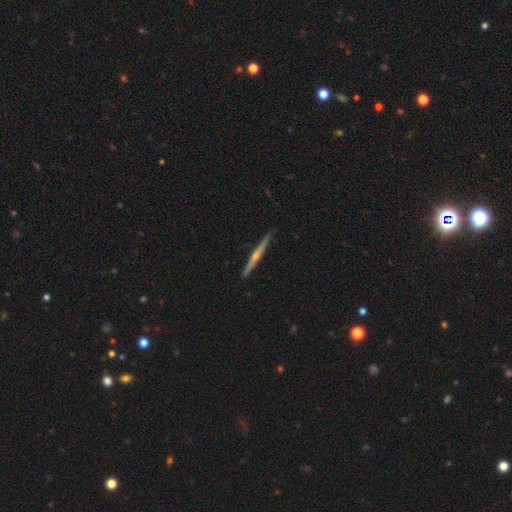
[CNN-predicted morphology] smooth-or-featured: featured or disk: 75% | smooth: 19% | star or artifact: 5%
  disk-edge-on: yes: 98% | no: 2%
    edge-on-bulge: rounded: 75% | none: 19% | boxy: 6%
  merging: none: 91% | minor disturbance: 6% | major disturbance: 1% | merger: 1%